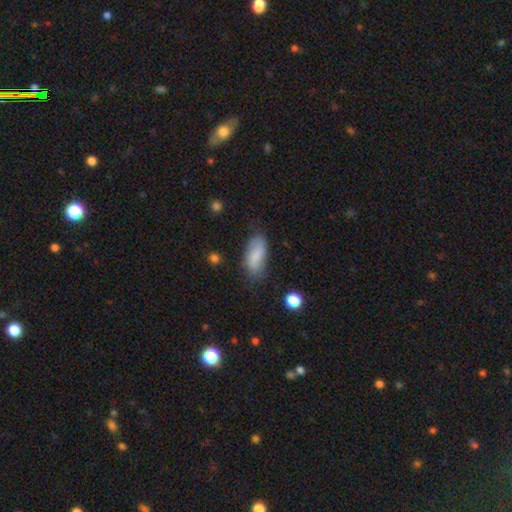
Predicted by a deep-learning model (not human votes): smooth 76%, featured or disk 18%, star or artifact 7%. Down the decision tree: how rounded — in between (86%); merging — none (68%).